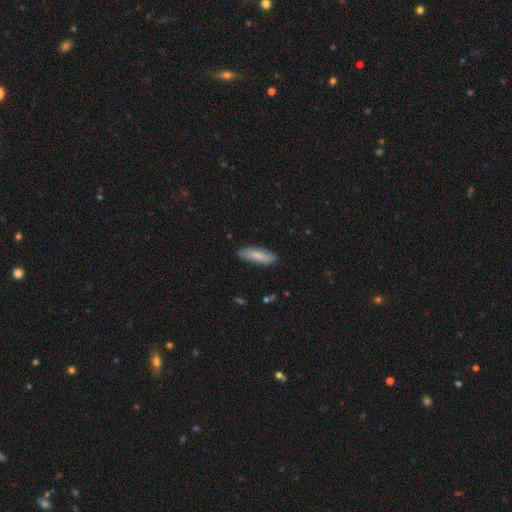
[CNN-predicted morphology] type=smooth (80%); roundness=cigar-shaped (67%); merging=none (86%).